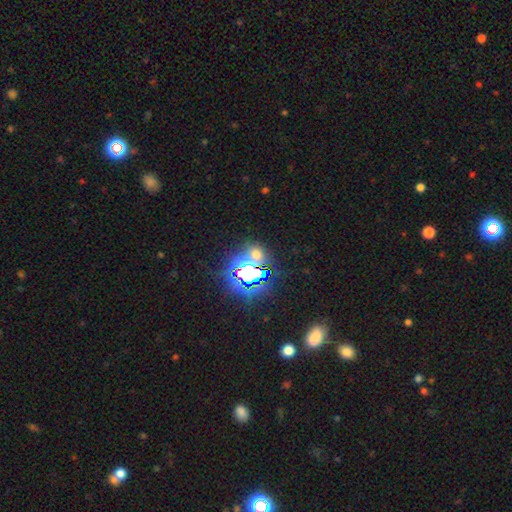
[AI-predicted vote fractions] Overall: star or artifact (63%; smooth 29%).